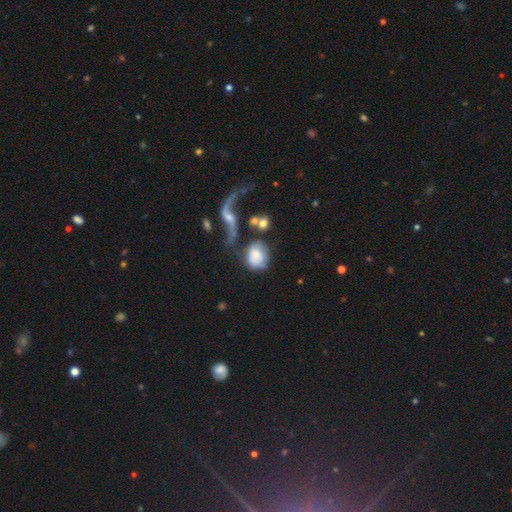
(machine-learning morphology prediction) smooth 57%, featured or disk 35%, star or artifact 9%. Down the decision tree: how rounded — round (57%); merging — none (38%).